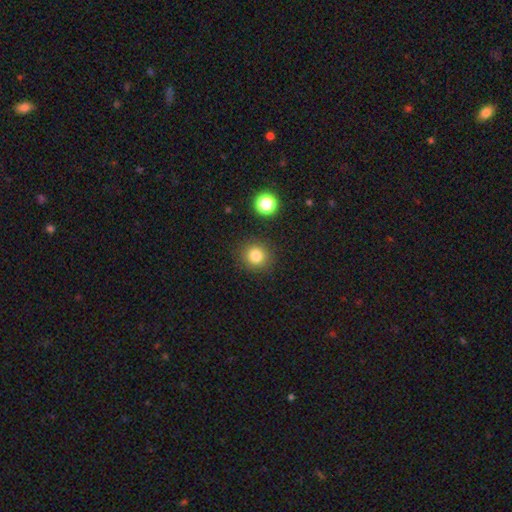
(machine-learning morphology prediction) Q: Smooth or featured?
A: smooth (82%); runner-up: star or artifact (13%)
Q: How rounded?
A: round (91%); runner-up: in between (8%)
Q: Merging?
A: none (88%); runner-up: minor disturbance (7%)